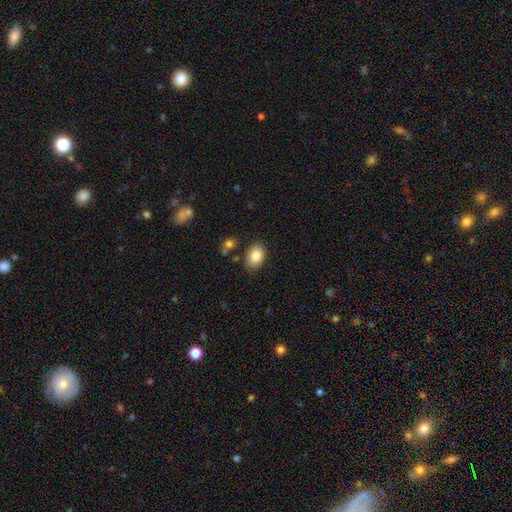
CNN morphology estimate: smooth 84%, featured or disk 9%, star or artifact 8%. Down the decision tree: how rounded — in between (82%); merging — none (82%).